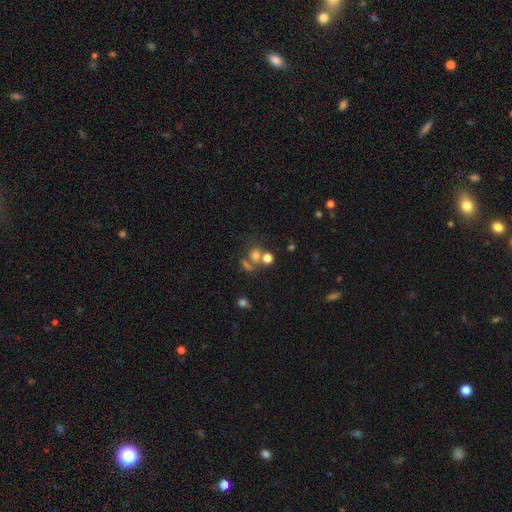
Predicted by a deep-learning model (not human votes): smooth-or-featured: smooth: 67% | star or artifact: 21% | featured or disk: 13%
  how-rounded: round: 78% | in between: 21% | cigar-shaped: 2%
  merging: none: 48% | merger: 34% | minor disturbance: 10% | major disturbance: 8%